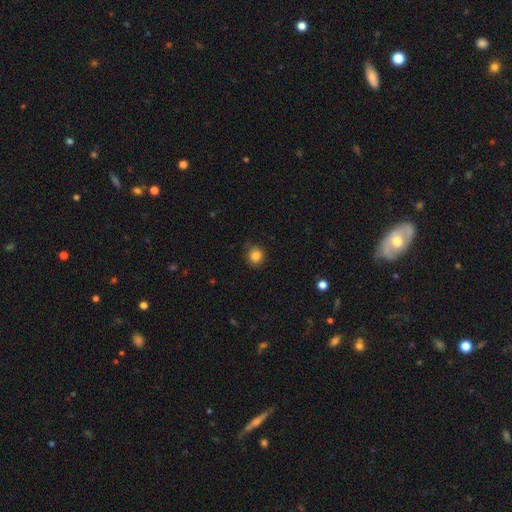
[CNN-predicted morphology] Q: Smooth or featured?
A: smooth (85%); runner-up: star or artifact (11%)
Q: How rounded?
A: round (90%); runner-up: in between (9%)
Q: Merging?
A: none (85%); runner-up: minor disturbance (11%)